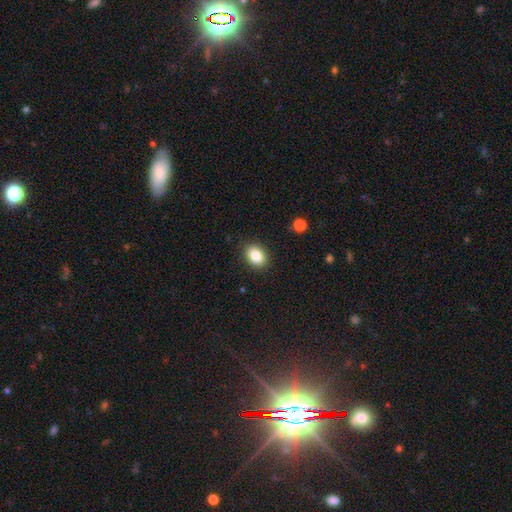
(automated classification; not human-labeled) smooth 85%, star or artifact 9%, featured or disk 6%. Down the decision tree: how rounded — in between (64%); merging — none (89%).